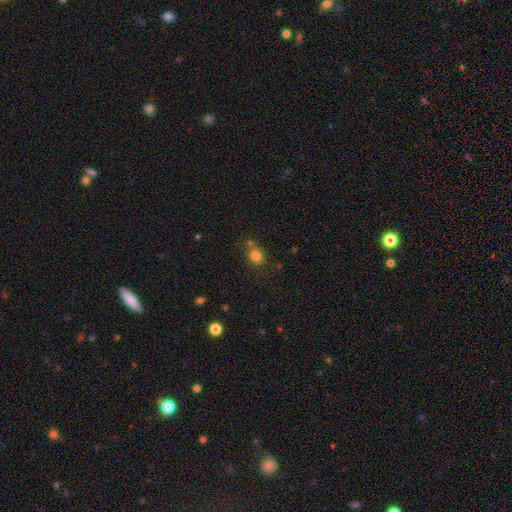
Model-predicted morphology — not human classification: Smooth or featured? smooth (80%)
How rounded? round (67%)
Merging? none (63%)